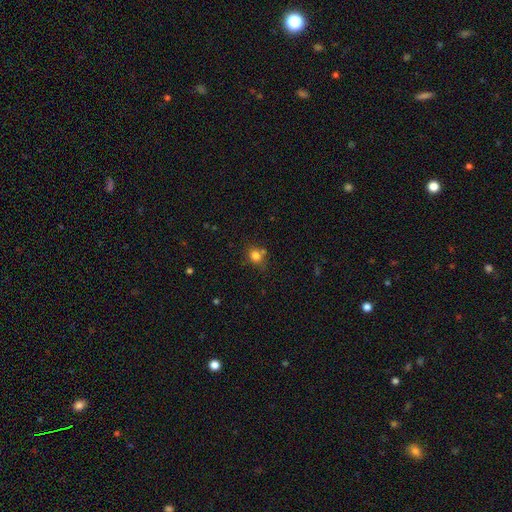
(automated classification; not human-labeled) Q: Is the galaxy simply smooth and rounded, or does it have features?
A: smooth — 79%.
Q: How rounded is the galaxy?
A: round — 73%.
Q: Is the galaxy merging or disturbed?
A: none — 62%.